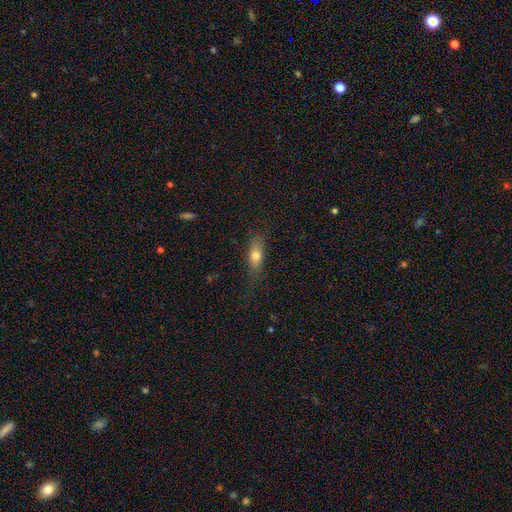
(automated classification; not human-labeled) smooth_or_featured: smooth (p=0.71) [alt: featured or disk p=0.21]
how_rounded: in between (p=0.66) [alt: cigar-shaped p=0.29]
merging: none (p=0.73) [alt: minor disturbance p=0.19]